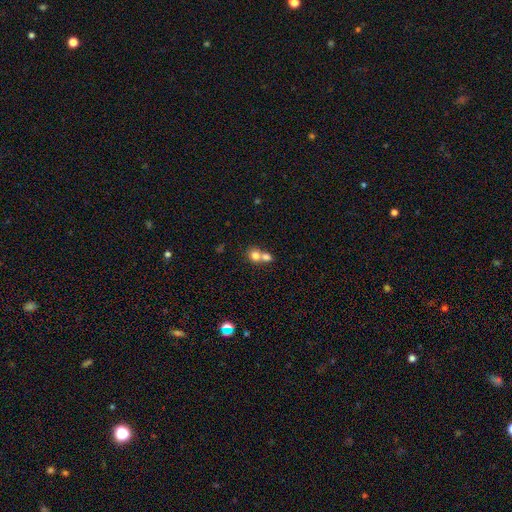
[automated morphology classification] smooth_or_featured: smooth (p=0.76) [alt: featured or disk p=0.13]
how_rounded: round (p=0.75) [alt: in between p=0.24]
merging: merger (p=0.64) [alt: none p=0.29]